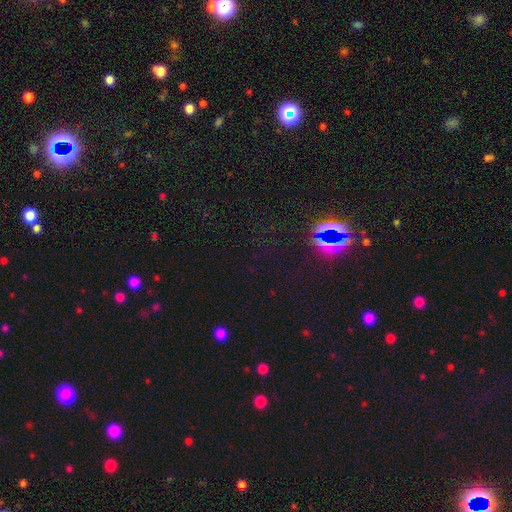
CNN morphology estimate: This appears to be a star or artifact, not a galaxy (76%).